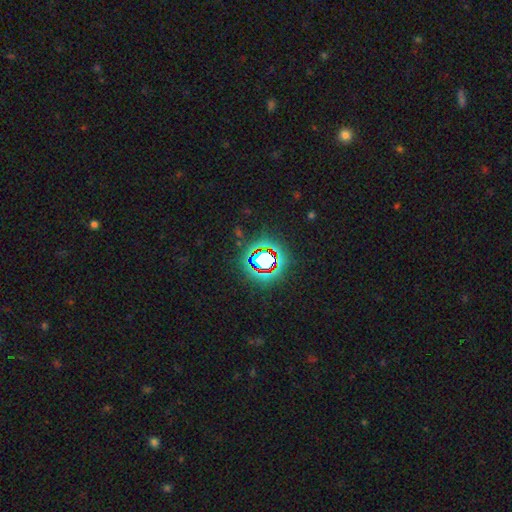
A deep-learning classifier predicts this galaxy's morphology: smooth-or-featured: star or artifact: 79% | smooth: 13% | featured or disk: 8%